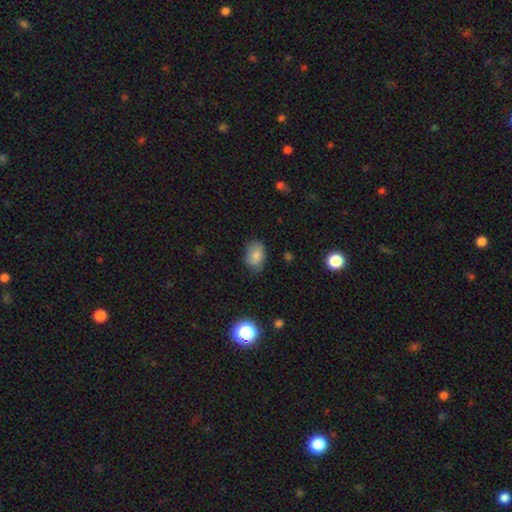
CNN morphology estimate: Overall: smooth (79%). How rounded: in between (80%). Merging: none (65%; minor disturbance 27%).